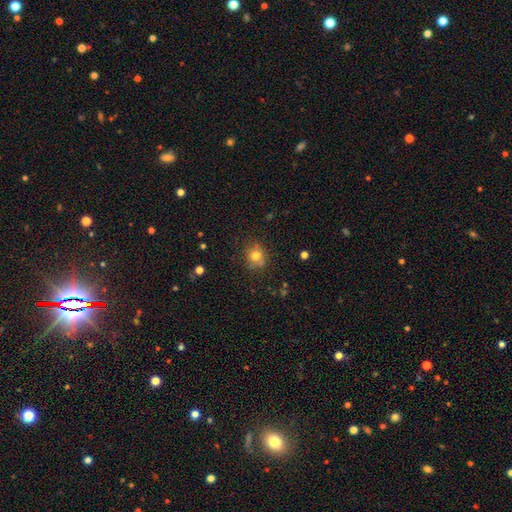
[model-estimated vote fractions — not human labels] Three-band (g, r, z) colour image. It shows a smooth galaxy with no disk features (77%) that is round (83%). Merging: none (70%).